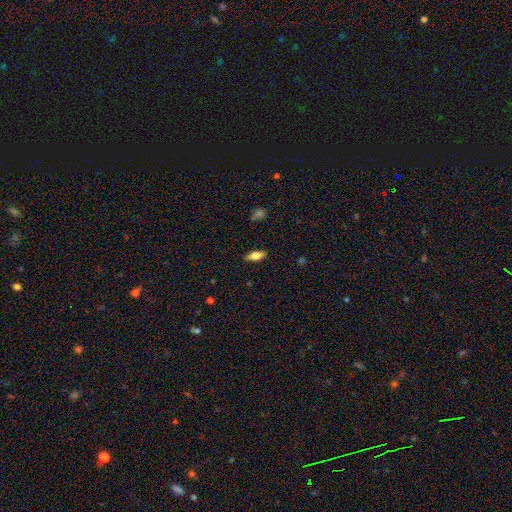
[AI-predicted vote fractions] Smooth or featured: smooth — 62% (featured or disk — 31%)
How rounded: in between — 72% (cigar-shaped — 25%)
Merging: none — 87% (minor disturbance — 9%)